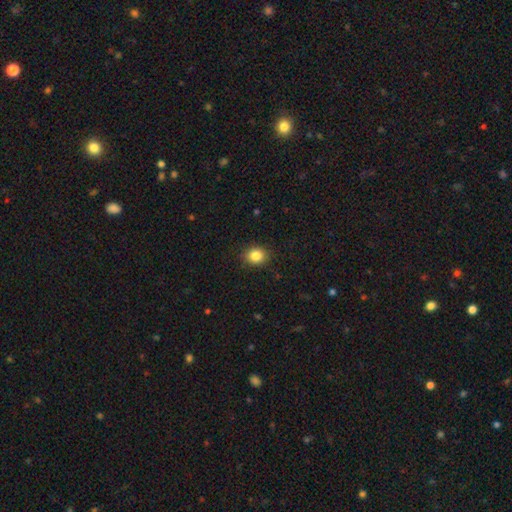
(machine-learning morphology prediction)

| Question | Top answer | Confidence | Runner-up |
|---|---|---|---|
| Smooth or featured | smooth | 85% | star or artifact (11%) |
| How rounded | round | 75% | in between (24%) |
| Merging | none | 89% | minor disturbance (8%) |